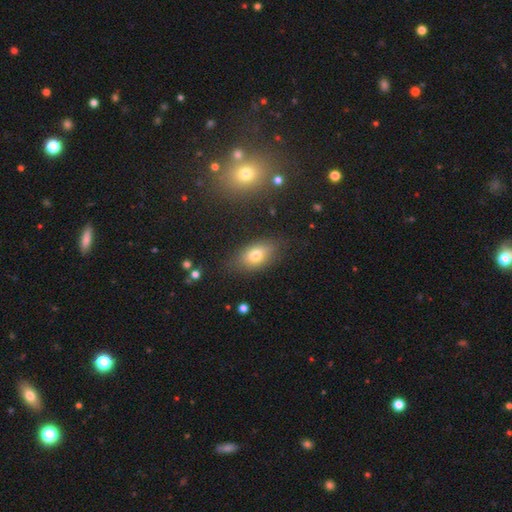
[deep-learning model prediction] smooth 73%, featured or disk 15%, star or artifact 12%. Down the decision tree: how rounded — in between (83%); merging — none (77%).